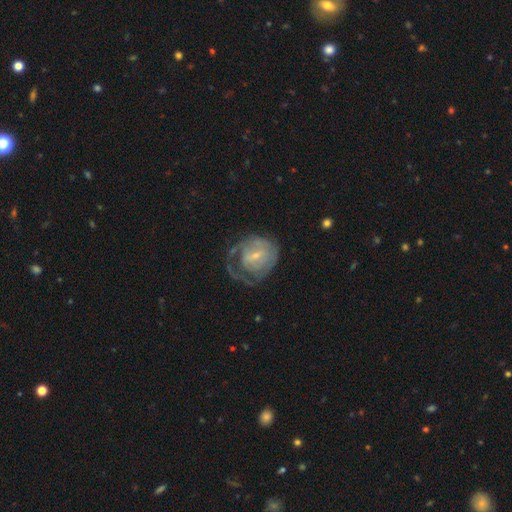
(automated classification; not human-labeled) Morphology: type=featured or disk (72%); edge-on=no (97%); bar=weak (49%); spiral arms=yes (76%); winding=tight (56%); arm count=can't tell (41%); bulge=small (71%); merging=none (40%).